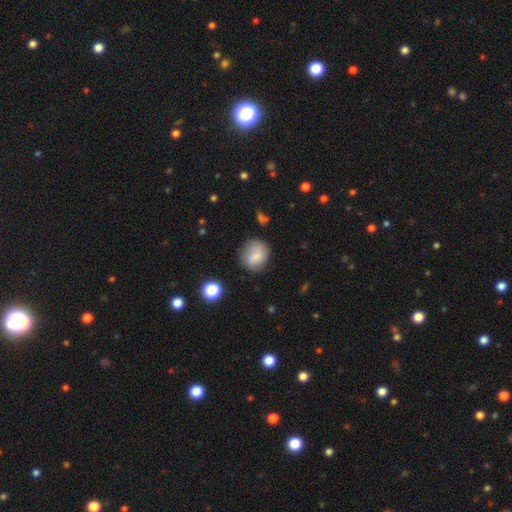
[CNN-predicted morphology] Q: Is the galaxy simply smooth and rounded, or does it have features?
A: smooth — 75%.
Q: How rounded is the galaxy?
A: round — 78%.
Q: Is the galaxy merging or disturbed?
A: none — 69%.